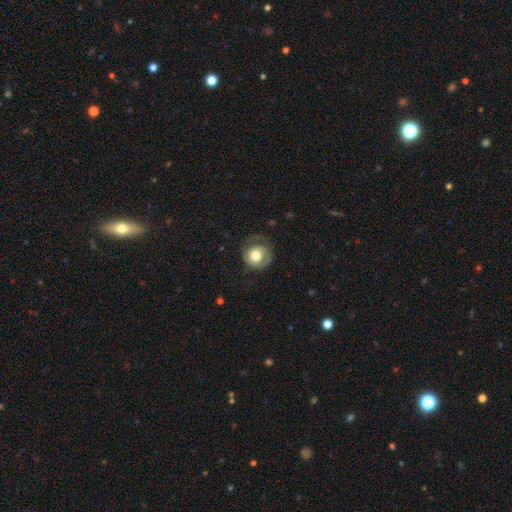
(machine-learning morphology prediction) Smooth or featured?
  - smooth: 54% *
  - featured or disk: 39%
  - star or artifact: 7%
How rounded?
  - round: 86% *
  - in between: 13%
  - cigar-shaped: 1%
Merging?
  - none: 54% *
  - minor disturbance: 24%
  - major disturbance: 21%
  - merger: 1%